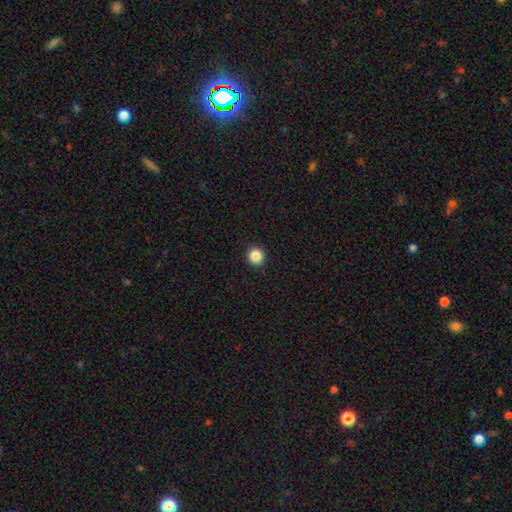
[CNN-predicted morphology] smooth_or_featured: smooth (p=0.87) [alt: star or artifact p=0.10]
how_rounded: round (p=0.95) [alt: in between p=0.04]
merging: none (p=0.93) [alt: minor disturbance p=0.04]